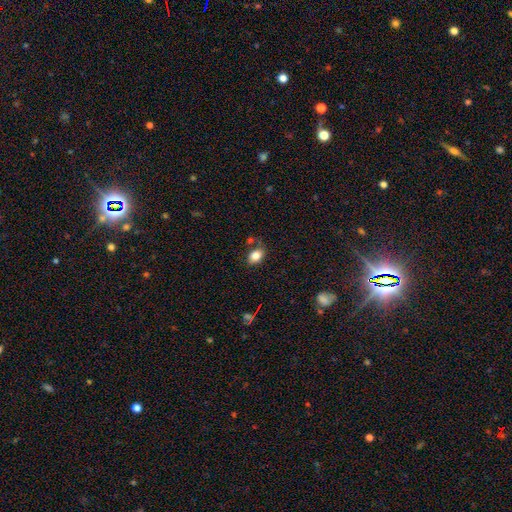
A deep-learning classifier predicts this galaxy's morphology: Smooth or featured? Predicted: smooth (p=0.82). How rounded? Predicted: in between (p=0.73). Merging? Predicted: none (p=0.69).